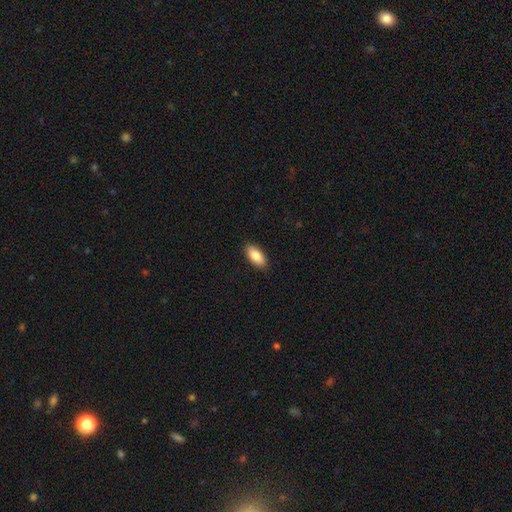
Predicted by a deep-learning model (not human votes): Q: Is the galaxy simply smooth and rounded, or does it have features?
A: smooth — 87%.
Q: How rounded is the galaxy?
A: in between — 87%.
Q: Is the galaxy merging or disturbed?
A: none — 89%.